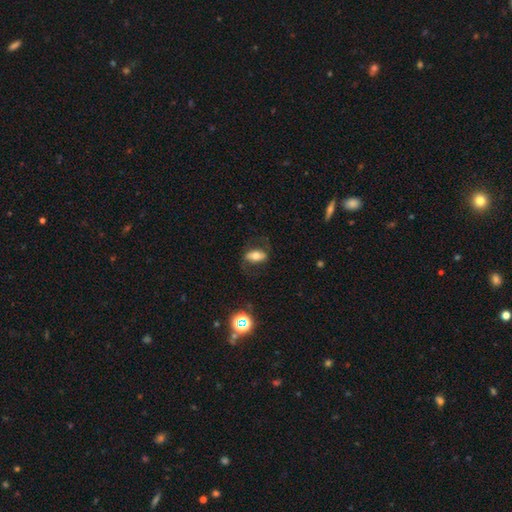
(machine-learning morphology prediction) smooth 51%, featured or disk 39%, star or artifact 10%. Down the decision tree: how rounded — in between (82%); merging — none (68%).